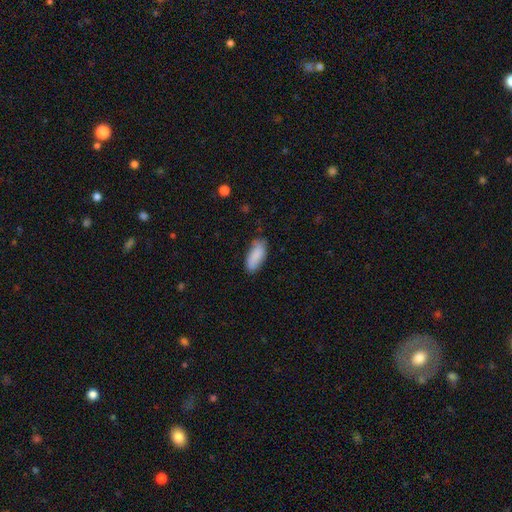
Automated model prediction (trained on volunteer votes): Q: Smooth or featured?
A: smooth (86%); runner-up: featured or disk (8%)
Q: How rounded?
A: in between (84%); runner-up: cigar-shaped (14%)
Q: Merging?
A: none (71%); runner-up: minor disturbance (23%)